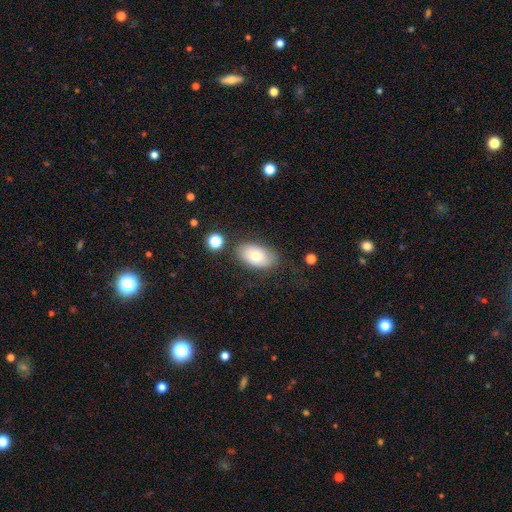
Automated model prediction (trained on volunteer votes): smooth_or_featured: smooth (p=0.71) [alt: featured or disk p=0.20]
how_rounded: in between (p=0.91) [alt: round p=0.07]
merging: none (p=0.78) [alt: minor disturbance p=0.14]